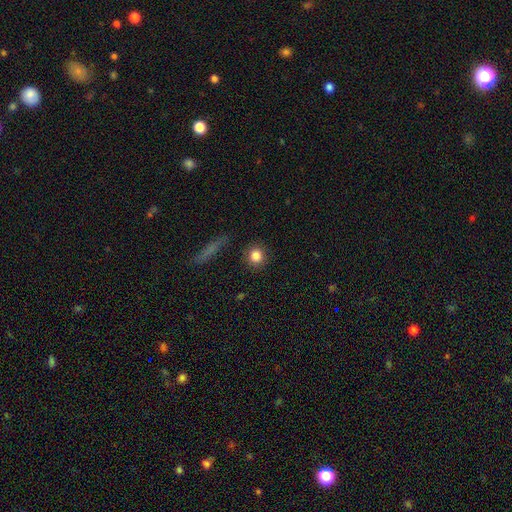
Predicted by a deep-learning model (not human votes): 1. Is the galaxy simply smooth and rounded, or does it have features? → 84% smooth, 10% star or artifact, 7% featured or disk.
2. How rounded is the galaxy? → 91% round, 8% in between, 2% cigar-shaped.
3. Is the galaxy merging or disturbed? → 89% none, 7% minor disturbance, 2% major disturbance, 2% merger.